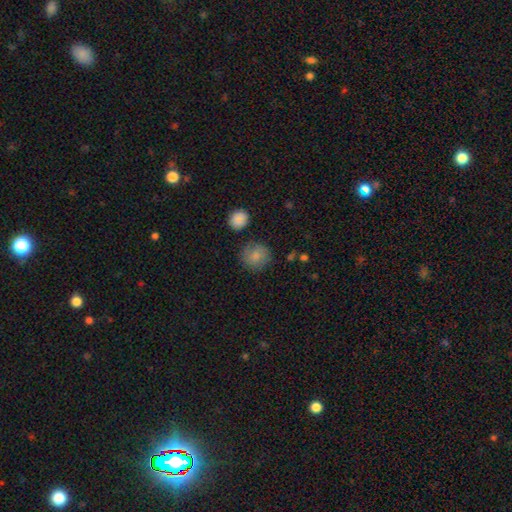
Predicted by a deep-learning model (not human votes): smooth_or_featured: smooth (p=0.82) [alt: featured or disk p=0.10]
how_rounded: round (p=0.91) [alt: in between p=0.09]
merging: none (p=0.82) [alt: minor disturbance p=0.12]